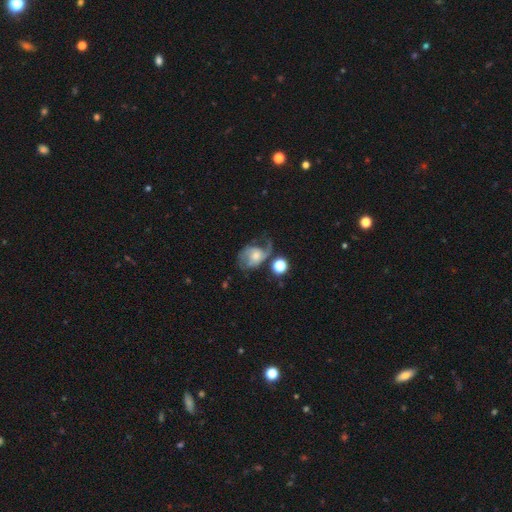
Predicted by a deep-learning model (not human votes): smooth_or_featured: featured or disk (p=0.71) [alt: smooth p=0.21]
disk_edge_on: no (p=0.97) [alt: yes p=0.03]
bar: no (p=0.67) [alt: weak p=0.28]
has_spiral_arms: yes (p=0.89) [alt: no p=0.11]
spiral_winding: medium (p=0.41) [alt: loose p=0.40]
spiral_arm_count: 2 (p=0.59) [alt: 1 p=0.22]
bulge_size: moderate (p=0.43) [alt: small p=0.37]
merging: major disturbance (p=0.35) [tied with: none p=0.35]